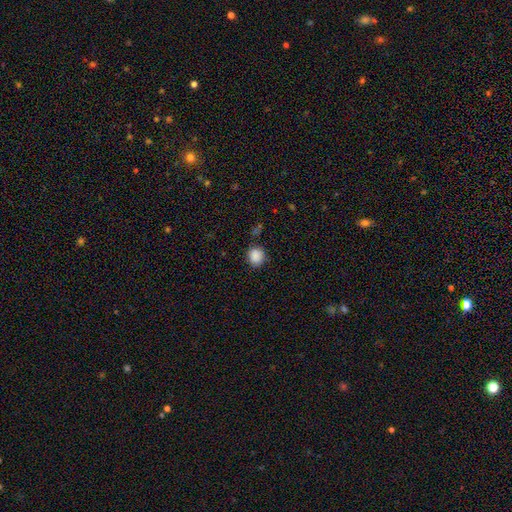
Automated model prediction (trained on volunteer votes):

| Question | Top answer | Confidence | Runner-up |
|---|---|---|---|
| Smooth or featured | smooth | 87% | star or artifact (10%) |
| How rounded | round | 75% | in between (24%) |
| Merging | none | 79% | minor disturbance (14%) |